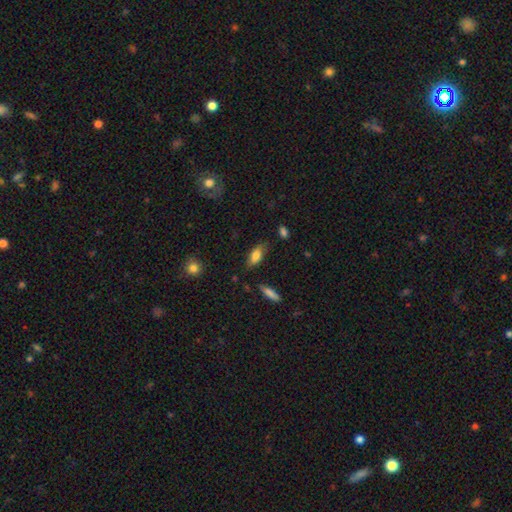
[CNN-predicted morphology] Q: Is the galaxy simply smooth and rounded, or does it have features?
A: smooth — 79%.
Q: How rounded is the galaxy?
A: in between — 81%.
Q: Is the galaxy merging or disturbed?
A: none — 75%.